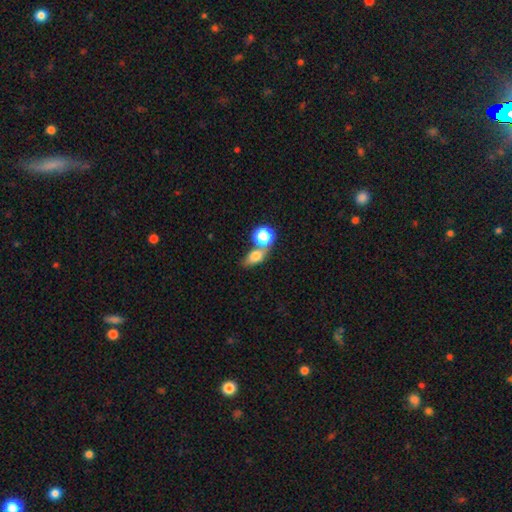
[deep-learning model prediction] Smooth or featured: smooth — 73% (featured or disk — 15%)
How rounded: in between — 63% (round — 31%)
Merging: merger — 43% (none — 41%)